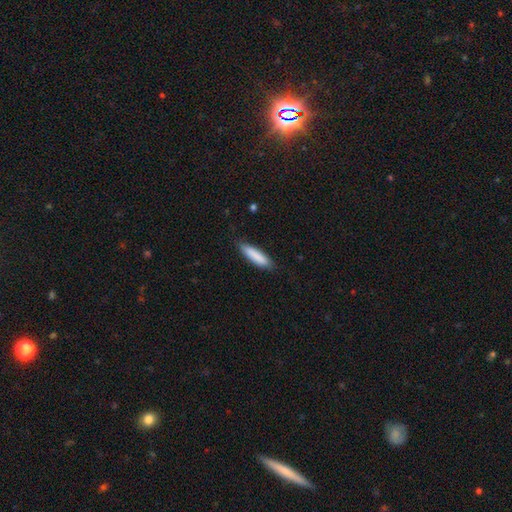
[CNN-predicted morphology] Q: Smooth or featured?
A: smooth (86%); runner-up: featured or disk (8%)
Q: How rounded?
A: cigar-shaped (70%); runner-up: in between (29%)
Q: Merging?
A: none (82%); runner-up: minor disturbance (14%)